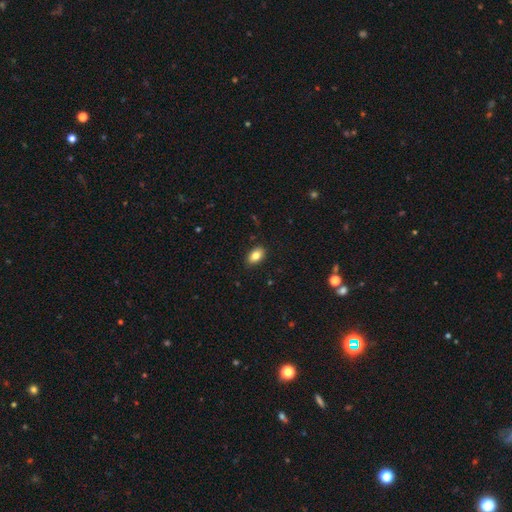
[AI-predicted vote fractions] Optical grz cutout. It shows a smooth galaxy with no disk features (83%) that is in between round and cigar-shaped (90%). Merging: none (87%).